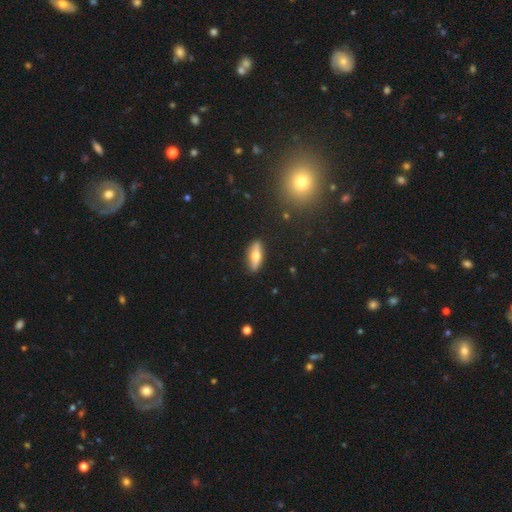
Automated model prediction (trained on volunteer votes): A smooth galaxy with no disk features (52%) that is in between round and cigar-shaped (51%). Merging: none (89%).